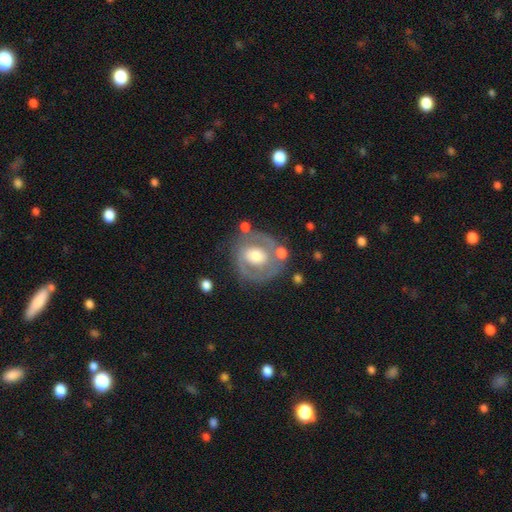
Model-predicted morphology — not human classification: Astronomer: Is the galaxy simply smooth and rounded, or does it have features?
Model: featured or disk — 72%.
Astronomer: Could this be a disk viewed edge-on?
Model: no — 97%.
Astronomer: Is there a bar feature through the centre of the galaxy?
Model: no — 59%.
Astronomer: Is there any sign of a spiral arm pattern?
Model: yes — 62% (runner-up: no, 38%).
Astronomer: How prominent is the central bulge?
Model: moderate — 62%.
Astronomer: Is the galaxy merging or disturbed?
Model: none — 68%.